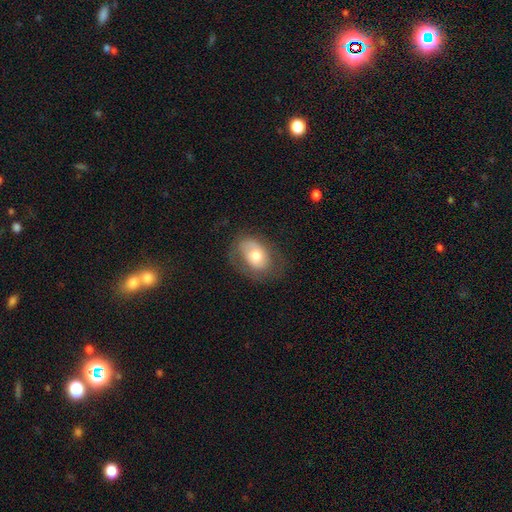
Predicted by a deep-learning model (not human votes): smooth-or-featured: smooth: 60% | featured or disk: 32% | star or artifact: 8%
  how-rounded: in between: 77% | round: 22% | cigar-shaped: 1%
  merging: none: 61% | minor disturbance: 24% | major disturbance: 13% | merger: 1%